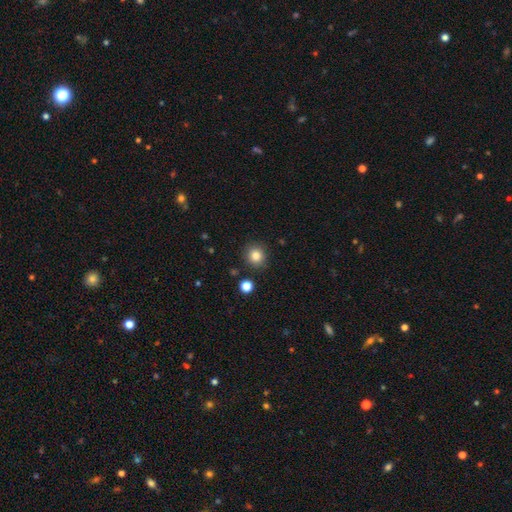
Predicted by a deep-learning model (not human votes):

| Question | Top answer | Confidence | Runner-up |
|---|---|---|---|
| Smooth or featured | smooth | 83% | star or artifact (11%) |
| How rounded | round | 88% | in between (11%) |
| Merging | none | 88% | minor disturbance (7%) |